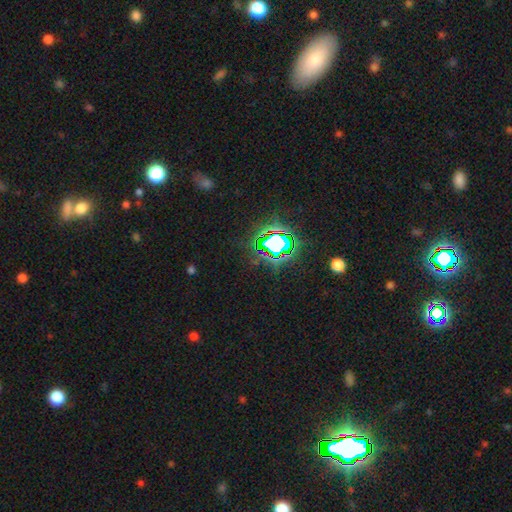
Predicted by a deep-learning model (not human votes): A star or artifact, not a galaxy (75%).